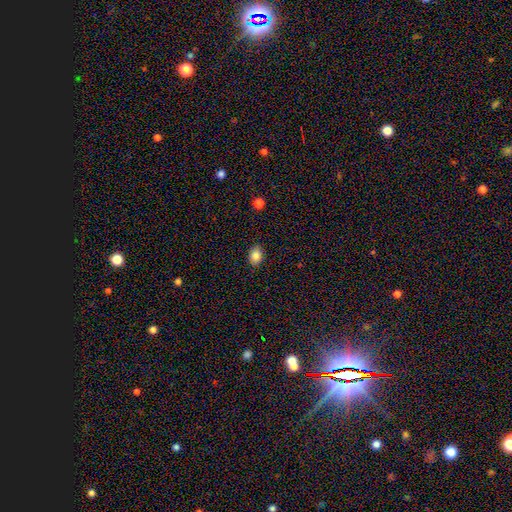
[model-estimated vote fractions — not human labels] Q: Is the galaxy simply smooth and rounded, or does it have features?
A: smooth — 85%.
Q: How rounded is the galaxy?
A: in between — 75%.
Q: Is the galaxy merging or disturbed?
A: none — 89%.